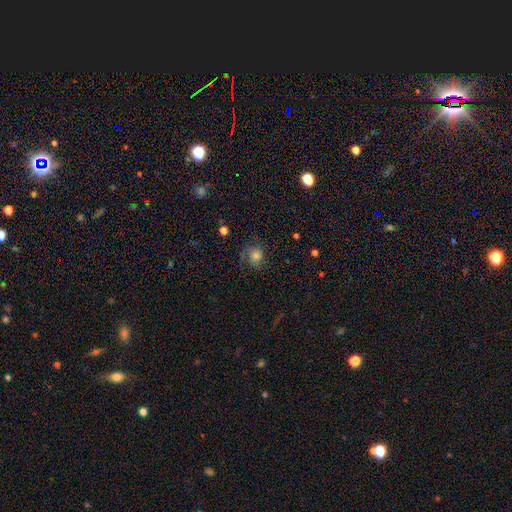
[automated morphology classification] This appears to be a smooth galaxy with no disk features (53%) that is round (79%). Merging: none (66%).